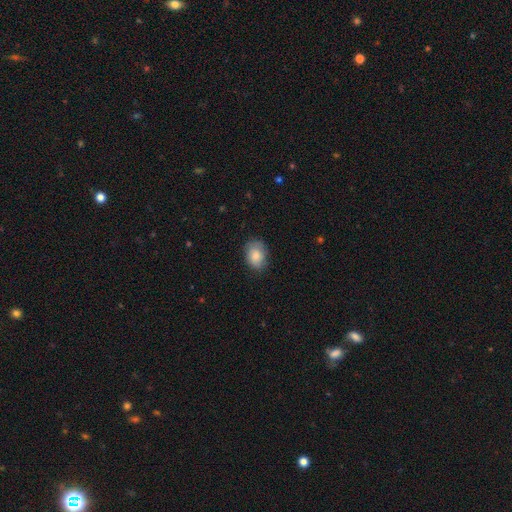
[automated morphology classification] Smooth or featured? Predicted: smooth (p=0.82). How rounded? Predicted: in between (p=0.70). Merging? Predicted: none (p=0.73).